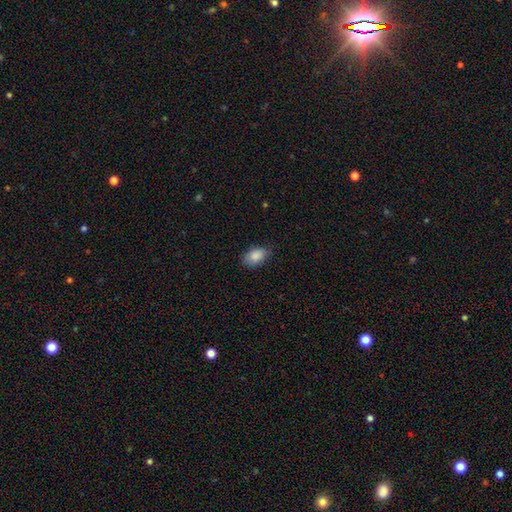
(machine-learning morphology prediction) This is clearly a smooth galaxy (87%). How rounded: clearly in between (90%). Merging: likely none (79%).